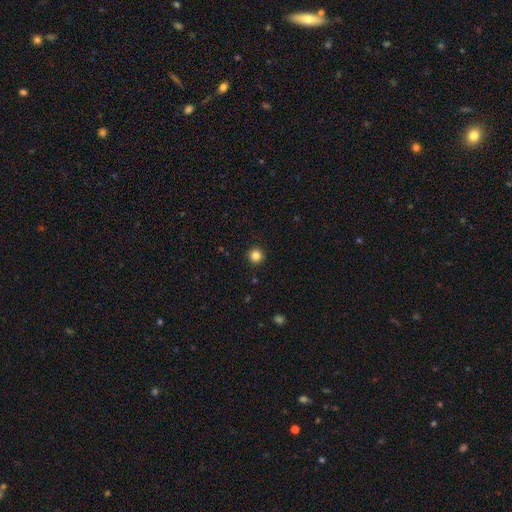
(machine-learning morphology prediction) Smooth or featured? Predicted: smooth (p=0.84). How rounded? Predicted: round (p=0.96). Merging? Predicted: none (p=0.93).